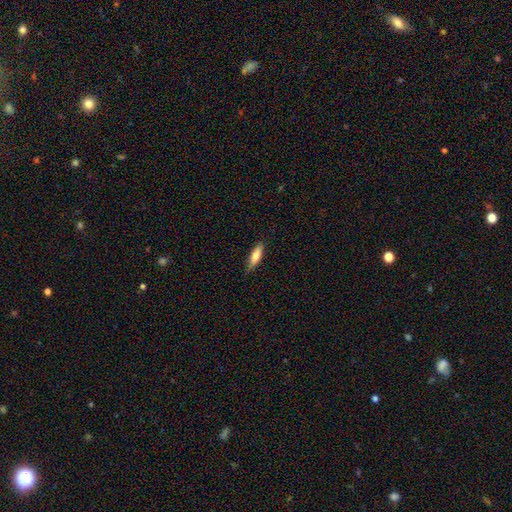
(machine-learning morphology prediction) smooth-or-featured: smooth: 76% | featured or disk: 18% | star or artifact: 6%
  how-rounded: cigar-shaped: 57% | in between: 41% | round: 2%
  merging: none: 82% | minor disturbance: 15% | major disturbance: 2% | merger: 1%